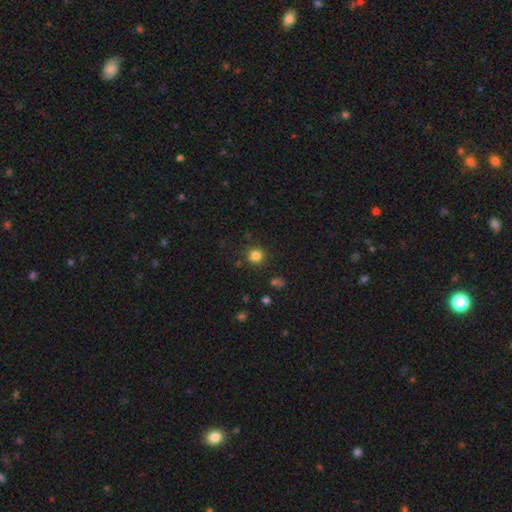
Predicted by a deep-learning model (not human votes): This is clearly a smooth galaxy (83%). How rounded: clearly round (93%). Merging: clearly none (88%).